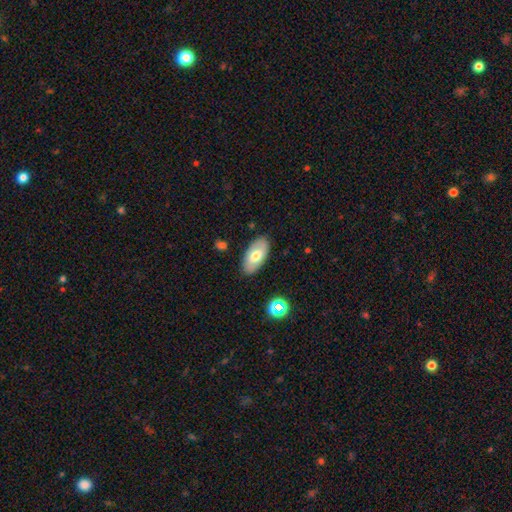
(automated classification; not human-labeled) This is likely a smooth galaxy (62%). How rounded: clearly in between (93%). Merging: clearly none (85%).